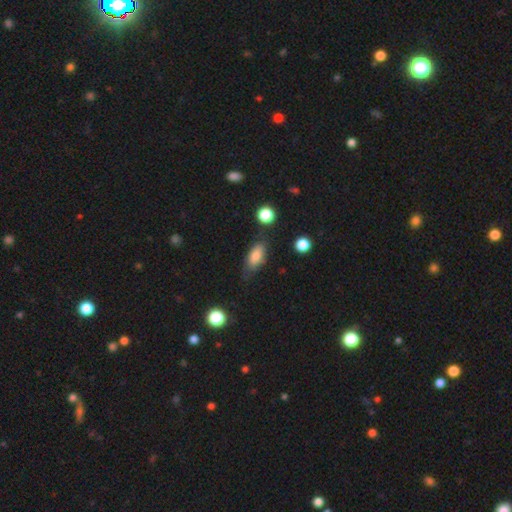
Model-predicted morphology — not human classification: smooth_or_featured: smooth (p=0.81) [alt: featured or disk p=0.11]
how_rounded: in between (p=0.84) [alt: cigar-shaped p=0.12]
merging: none (p=0.70) [alt: minor disturbance p=0.21]